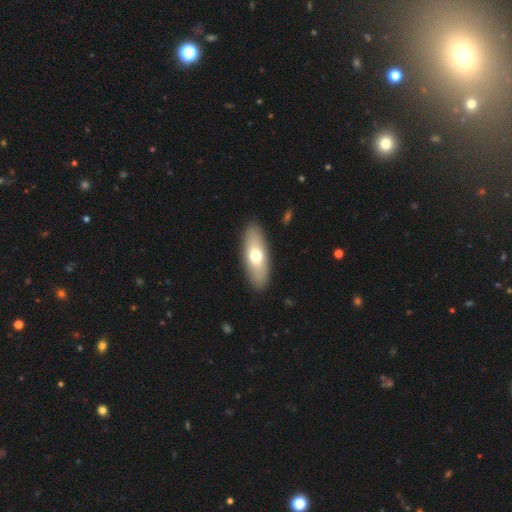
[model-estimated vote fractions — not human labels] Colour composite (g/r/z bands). It shows a smooth galaxy with no disk features (65%) that is in between round and cigar-shaped (69%). Merging: none (90%).